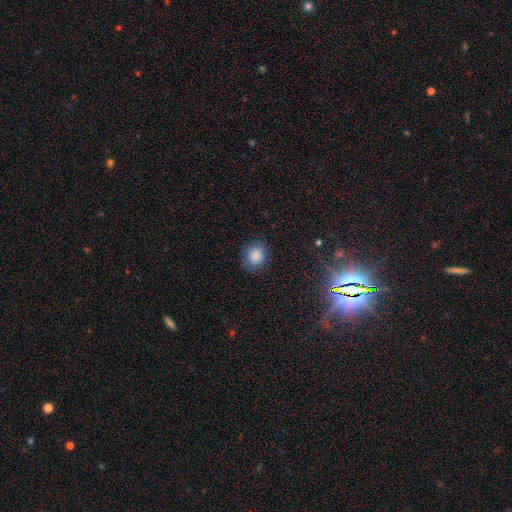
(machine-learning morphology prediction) type=smooth (86%); roundness=round (66%); merging=none (81%).